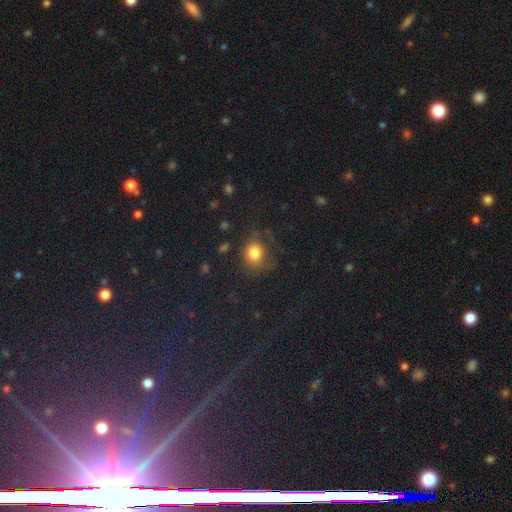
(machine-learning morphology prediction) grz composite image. It shows a smooth galaxy with no disk features (78%) that is round (75%). Merging: none (67%).